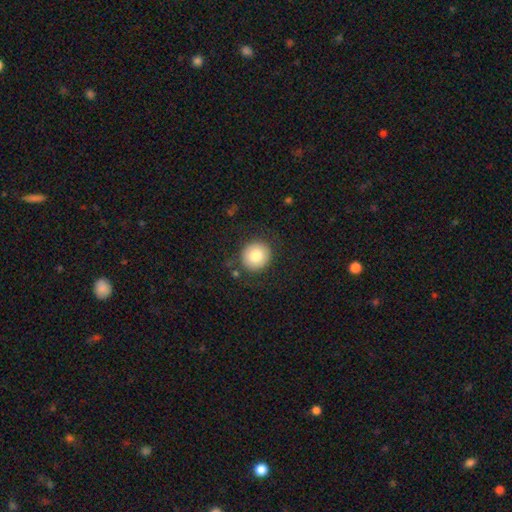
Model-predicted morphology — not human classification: This appears to be a smooth galaxy with no disk features (79%) that is round (89%). Merging: none (85%).